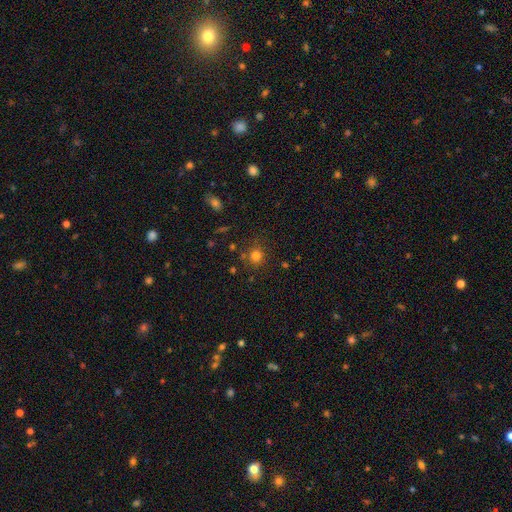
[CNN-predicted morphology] This appears to be a smooth galaxy with no disk features (78%) that is round (90%). Merging: none (79%).